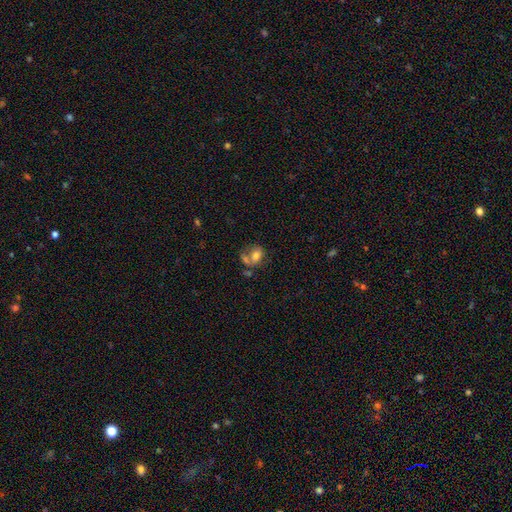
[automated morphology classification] Q: Smooth or featured?
A: smooth (69%); runner-up: featured or disk (20%)
Q: How rounded?
A: in between (65%); runner-up: round (33%)
Q: Merging?
A: merger (39%); runner-up: none (30%)